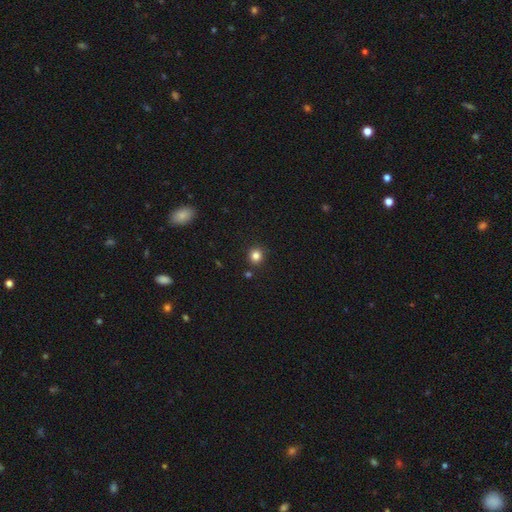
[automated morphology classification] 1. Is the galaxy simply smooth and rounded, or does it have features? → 83% smooth, 13% star or artifact, 4% featured or disk.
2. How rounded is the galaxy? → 90% round, 9% in between, 1% cigar-shaped.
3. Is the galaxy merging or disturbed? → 89% none, 6% minor disturbance, 3% merger, 2% major disturbance.